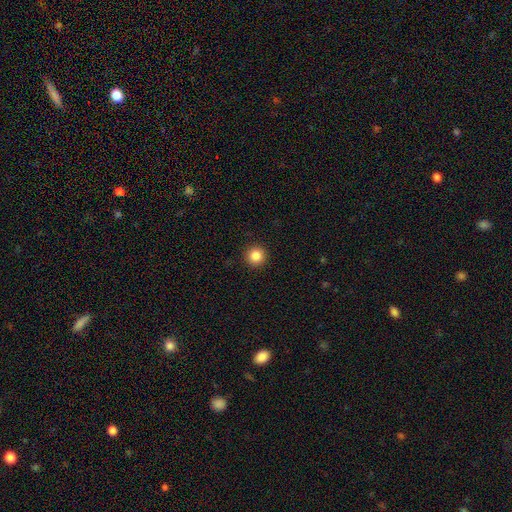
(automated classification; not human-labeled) Smooth or featured? Predicted: smooth (p=0.85). How rounded? Predicted: round (p=0.96). Merging? Predicted: none (p=0.93).